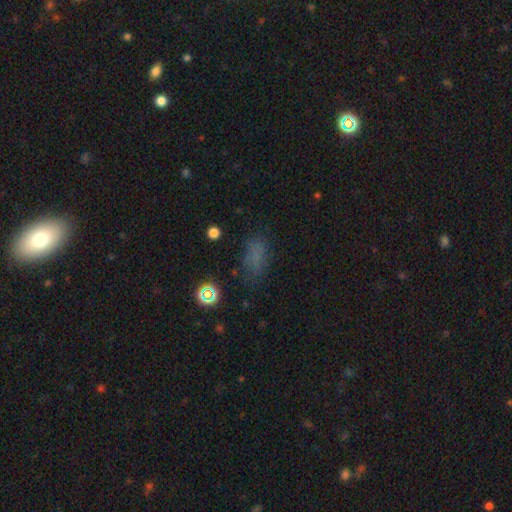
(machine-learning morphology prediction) Overall: smooth (66%). How rounded: in between (81%). Merging: none (65%).